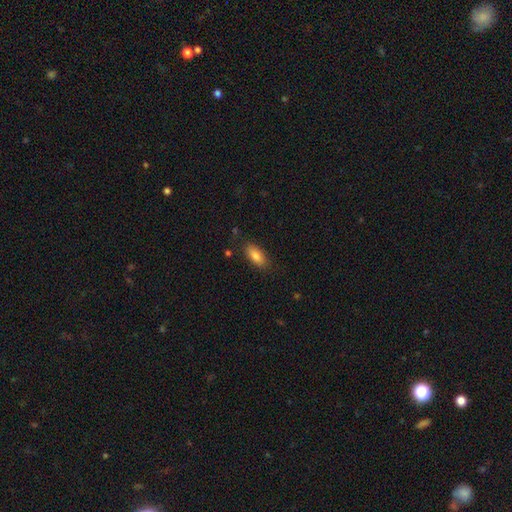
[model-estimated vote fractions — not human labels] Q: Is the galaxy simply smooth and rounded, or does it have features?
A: smooth — 82%.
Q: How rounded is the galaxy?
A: in between — 84%.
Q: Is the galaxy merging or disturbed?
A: none — 84%.